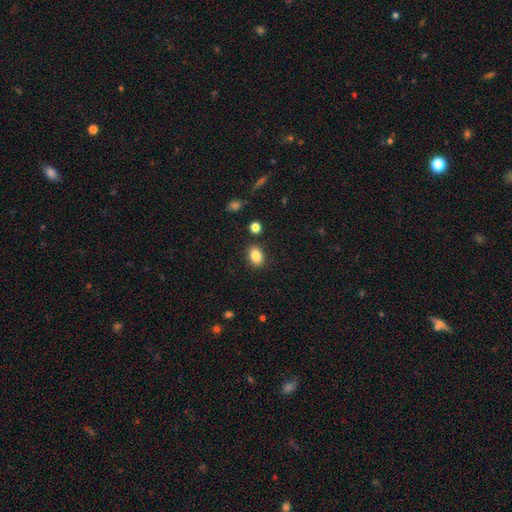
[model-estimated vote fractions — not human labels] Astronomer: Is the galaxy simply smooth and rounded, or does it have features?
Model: smooth — 85%.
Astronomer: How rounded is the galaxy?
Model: in between — 75%.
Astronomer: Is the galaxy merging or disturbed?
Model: none — 85%.